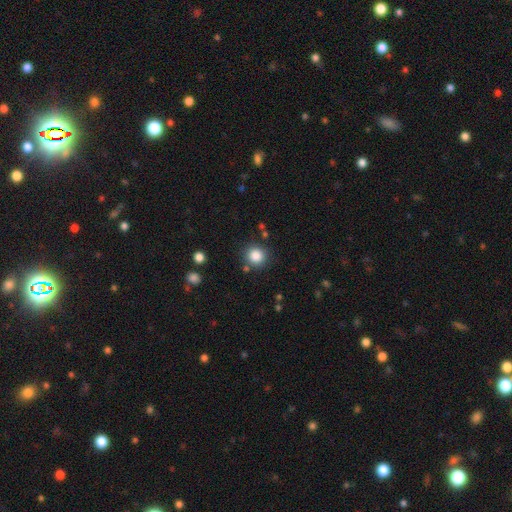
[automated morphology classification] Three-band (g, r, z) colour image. It shows a smooth galaxy with no disk features (85%) that is round (92%). Merging: none (85%).